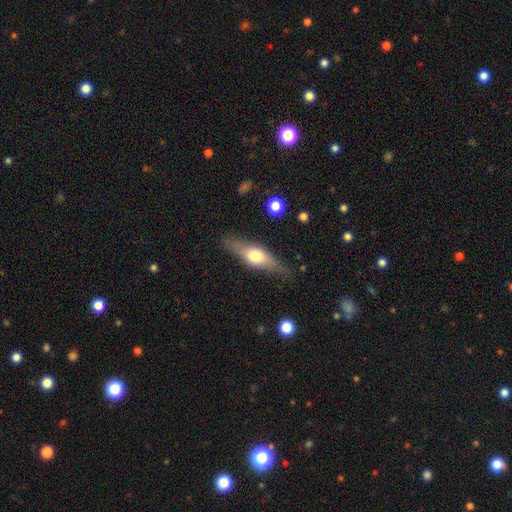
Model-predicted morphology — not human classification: This appears to be a featured or disk galaxy (51%) viewed edge-on (86%). Merging: none (80%).